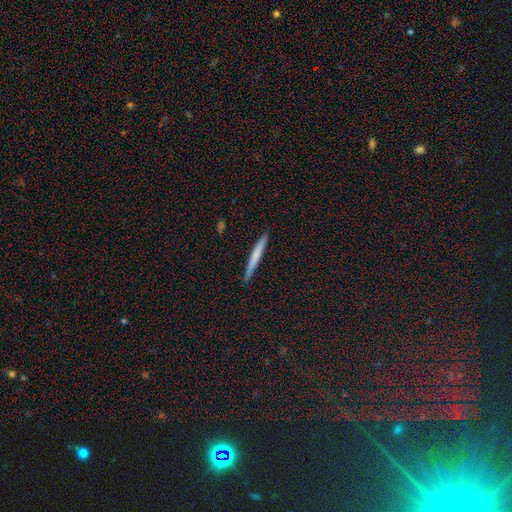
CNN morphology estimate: Smooth or featured? Predicted: smooth (p=0.63). How rounded? Predicted: cigar-shaped (p=0.96). Merging? Predicted: none (p=0.87).